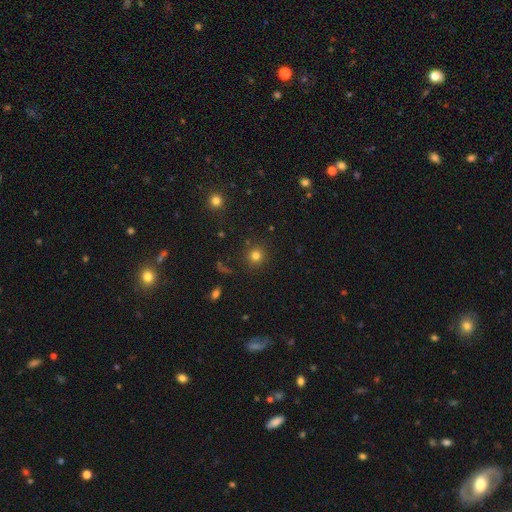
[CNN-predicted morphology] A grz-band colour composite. It shows a smooth galaxy with no disk features (78%) that is round (92%). Merging: none (88%).